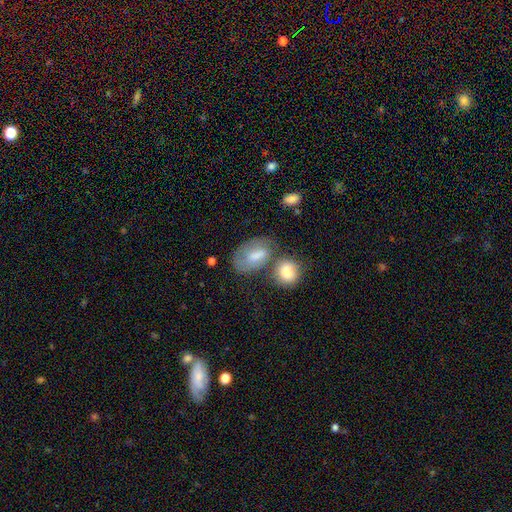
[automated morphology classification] A smooth galaxy with no disk features (68%) that is in between round and cigar-shaped (85%).

Vote fractions:
- Smooth or featured? smooth: 68% / featured or disk: 24% / star or artifact: 8%
- How rounded? in between: 85% / round: 13% / cigar-shaped: 2%
- Merging? none: 40% / merger: 26% / minor disturbance: 21% / major disturbance: 12%